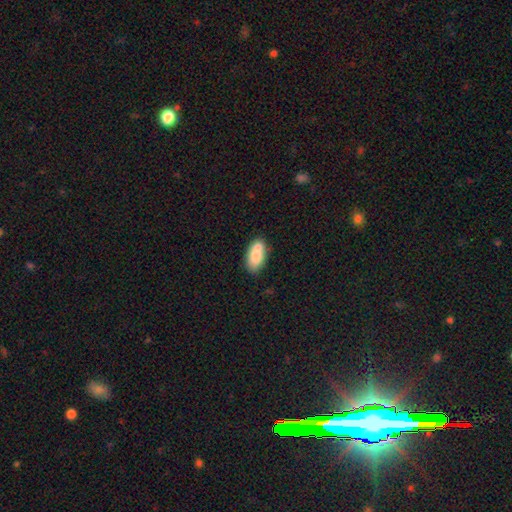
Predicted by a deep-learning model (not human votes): Smooth or featured: smooth — 76% (featured or disk — 17%)
How rounded: in between — 90% (cigar-shaped — 6%)
Merging: none — 59% (merger — 21%)